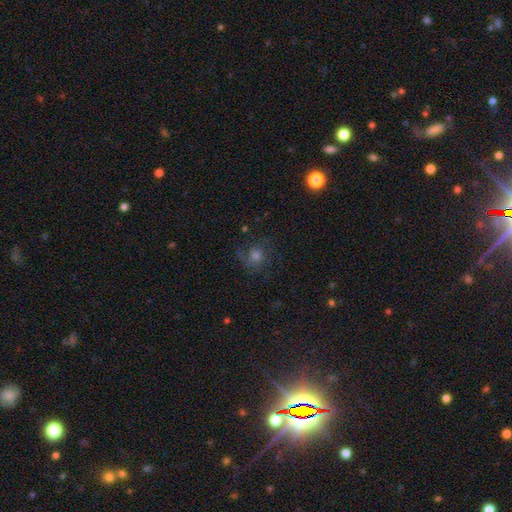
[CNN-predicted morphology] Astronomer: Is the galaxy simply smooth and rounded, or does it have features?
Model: featured or disk — 45% (runner-up: smooth, 34%).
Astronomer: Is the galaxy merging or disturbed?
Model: none — 67%.